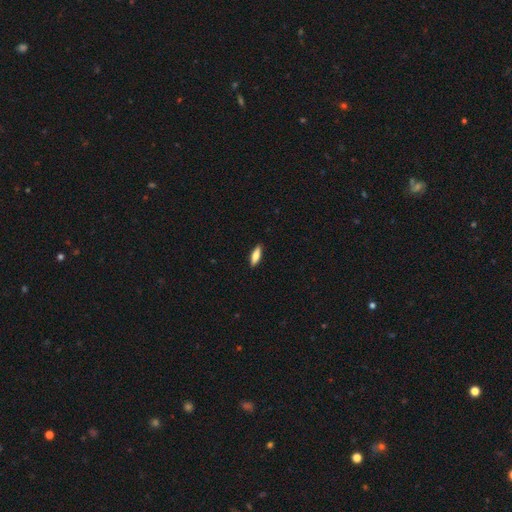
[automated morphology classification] type=smooth (76%); roundness=in between (53%); merging=none (90%).